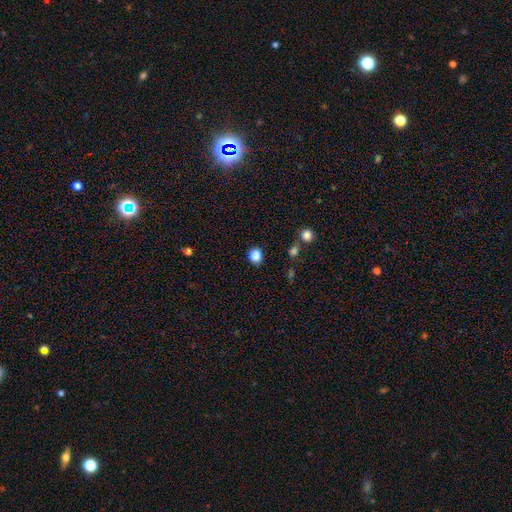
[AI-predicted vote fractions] This appears to be a smooth galaxy with no disk features (85%) that is round (69%). Merging: none (82%).